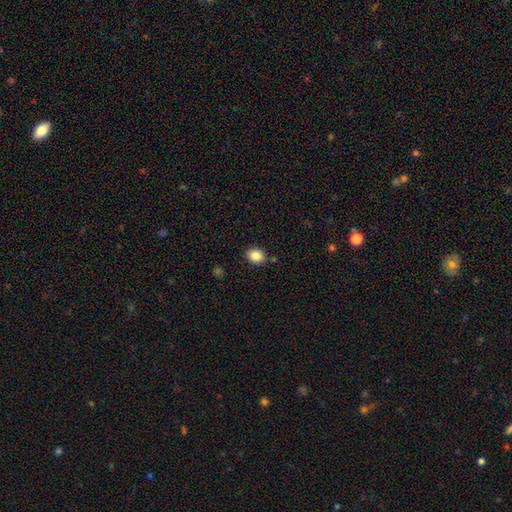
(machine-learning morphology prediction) This is clearly a smooth galaxy (86%). How rounded: possibly round (54%). Merging: clearly none (86%).